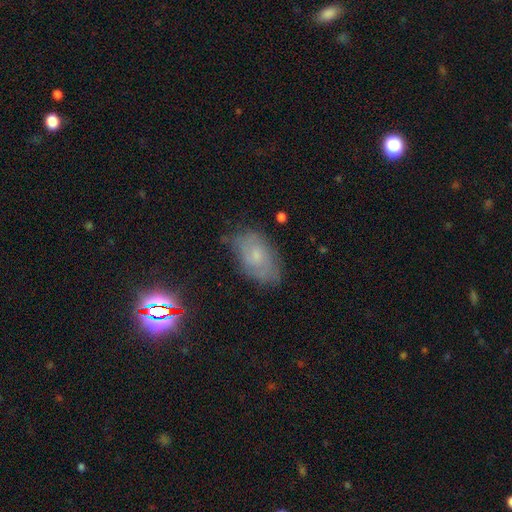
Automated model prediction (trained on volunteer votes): smooth-or-featured: featured or disk: 44% | smooth: 41% | star or artifact: 15%
  merging: none: 70% | minor disturbance: 22% | major disturbance: 6% | merger: 2%